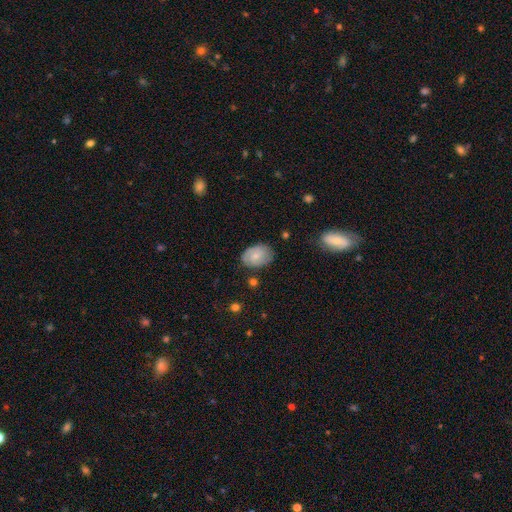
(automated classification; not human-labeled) The model was most divided on "smooth or featured": smooth: 54%, featured or disk: 38%, star or artifact: 8%. More confident: how rounded — in between (79%); merging — none (75%).